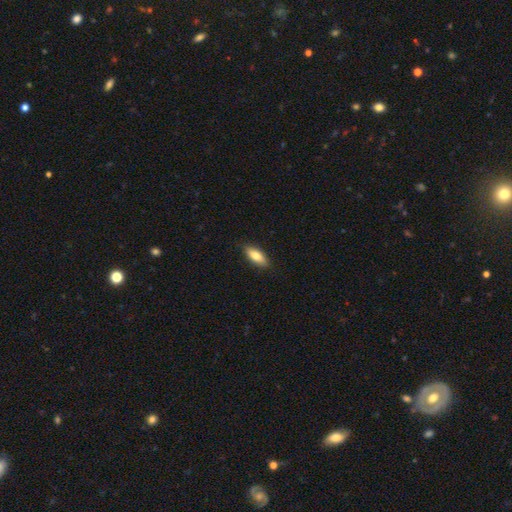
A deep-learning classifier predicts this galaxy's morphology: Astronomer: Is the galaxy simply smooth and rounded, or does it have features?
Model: smooth — 79%.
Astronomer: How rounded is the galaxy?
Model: in between — 76%.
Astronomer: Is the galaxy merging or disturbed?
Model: none — 86%.